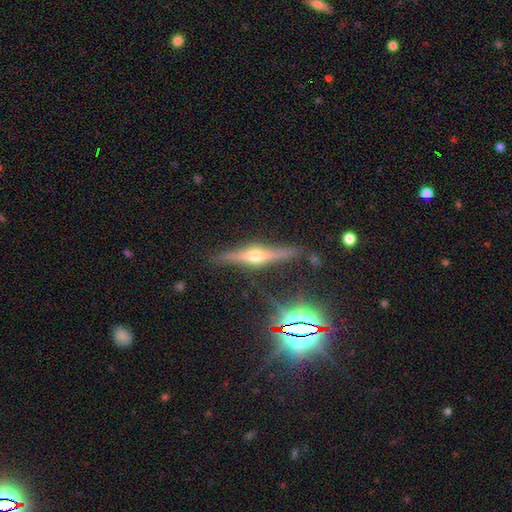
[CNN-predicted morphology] Smooth or featured?
  - featured or disk: 71% *
  - smooth: 16%
  - star or artifact: 13%
Edge-on disk?
  - yes: 97% *
  - no: 3%
Edge-on bulge?
  - rounded: 92% *
  - boxy: 5%
  - none: 3%
Merging?
  - none: 85% *
  - minor disturbance: 10%
  - major disturbance: 2%
  - merger: 2%